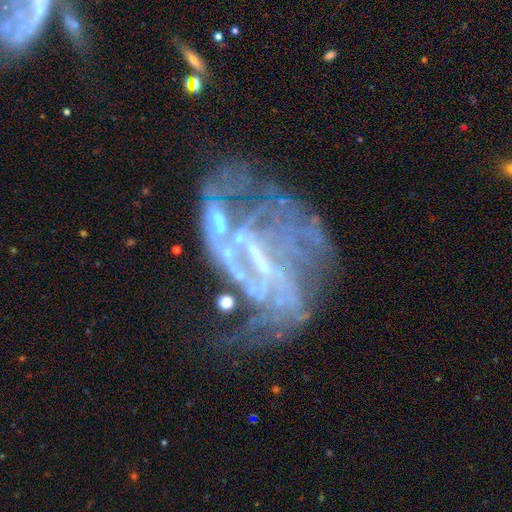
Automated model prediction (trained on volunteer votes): smooth_or_featured: featured or disk (p=0.78) [alt: star or artifact p=0.14]
disk_edge_on: no (p=0.97) [alt: yes p=0.03]
bar: weak (p=0.37) [alt: strong p=0.32]
has_spiral_arms: yes (p=0.66) [alt: no p=0.34]
bulge_size: none (p=0.43) [alt: small p=0.40]
merging: major disturbance (p=0.39) [alt: none p=0.30]